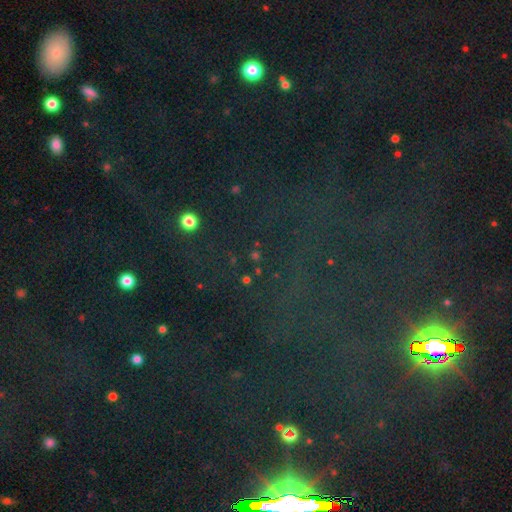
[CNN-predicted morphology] Smooth or featured? Predicted: star or artifact (p=0.78).